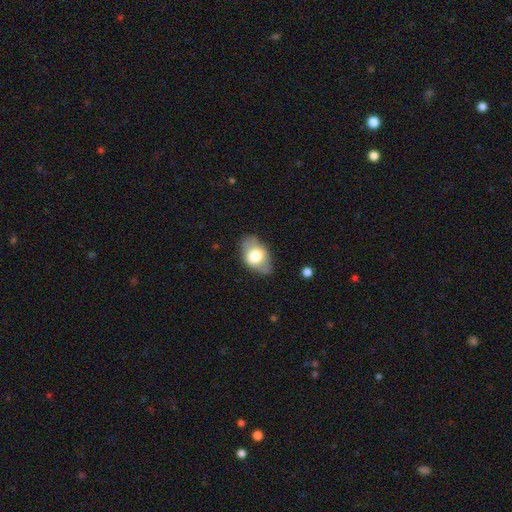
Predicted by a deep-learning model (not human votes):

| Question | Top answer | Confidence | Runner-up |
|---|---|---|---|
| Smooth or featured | smooth | 64% | featured or disk (29%) |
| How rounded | in between | 86% | round (12%) |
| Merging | none | 69% | minor disturbance (22%) |